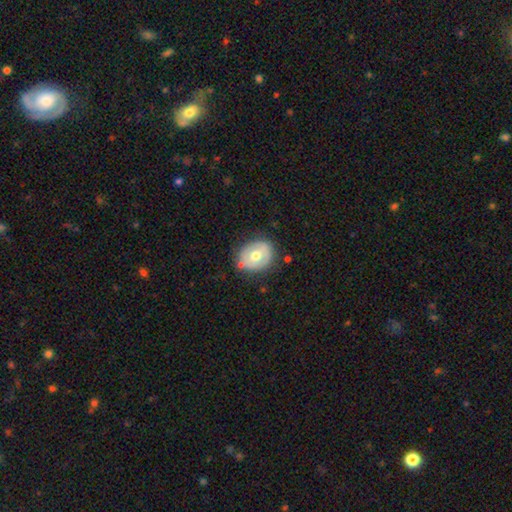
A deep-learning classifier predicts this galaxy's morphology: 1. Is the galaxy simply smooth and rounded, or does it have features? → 50% smooth, 44% featured or disk, 6% star or artifact.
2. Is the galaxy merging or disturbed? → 74% none, 17% minor disturbance, 5% major disturbance, 4% merger.